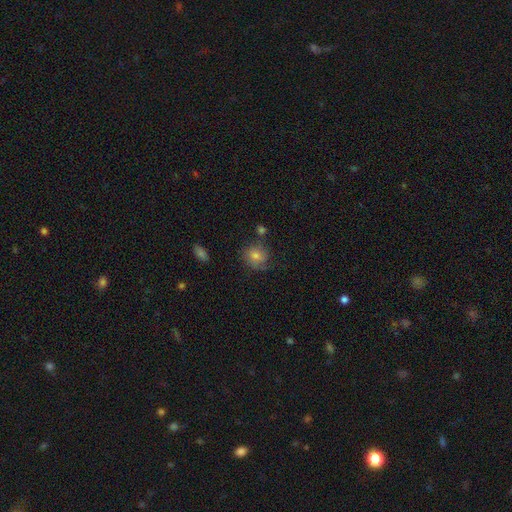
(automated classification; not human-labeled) Smooth or featured? smooth (65%)
How rounded? round (81%)
Merging? none (70%)